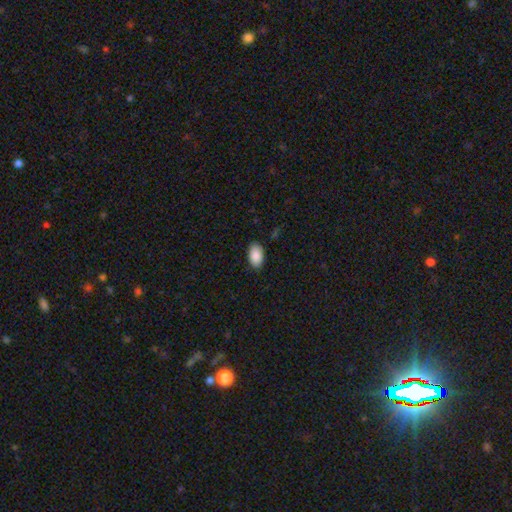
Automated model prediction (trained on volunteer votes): This is clearly a smooth galaxy (89%). How rounded: clearly in between (94%). Merging: clearly none (87%).